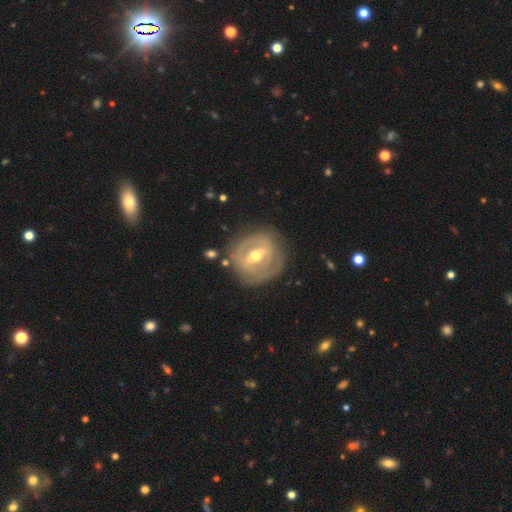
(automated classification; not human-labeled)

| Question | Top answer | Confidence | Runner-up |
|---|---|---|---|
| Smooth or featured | featured or disk | 76% | smooth (18%) |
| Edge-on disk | no | 93% | yes (7%) |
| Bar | strong | 49% | weak (37%) |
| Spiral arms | yes | 54% | no (46%) |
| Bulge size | moderate | 71% | small (23%) |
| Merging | none | 77% | minor disturbance (15%) |